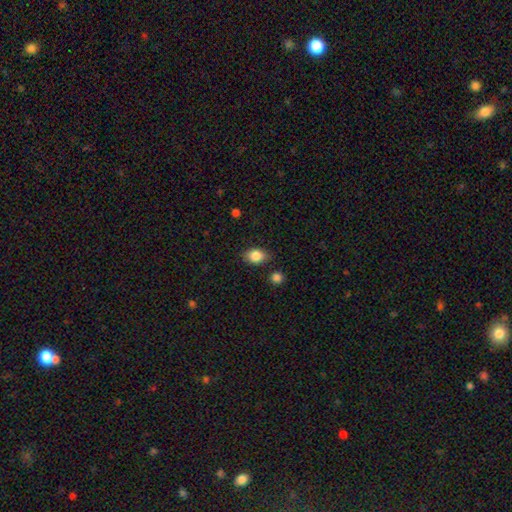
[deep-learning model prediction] Smooth or featured? smooth (85%)
How rounded? in between (65%)
Merging? none (78%)